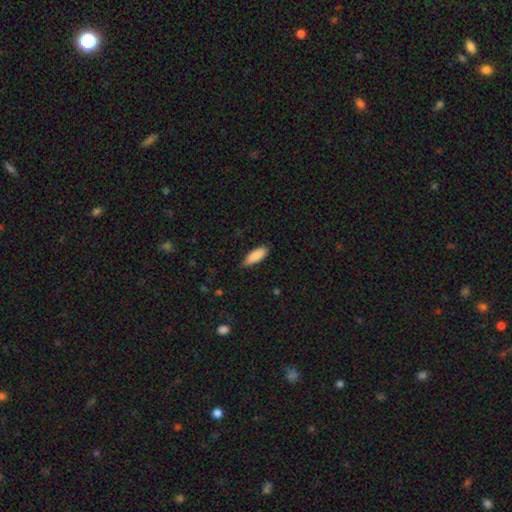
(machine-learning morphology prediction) smooth-or-featured: smooth: 88% | featured or disk: 6% | star or artifact: 6%
  how-rounded: in between: 67% | cigar-shaped: 32% | round: 2%
  merging: none: 78% | minor disturbance: 19% | major disturbance: 2% | merger: 1%